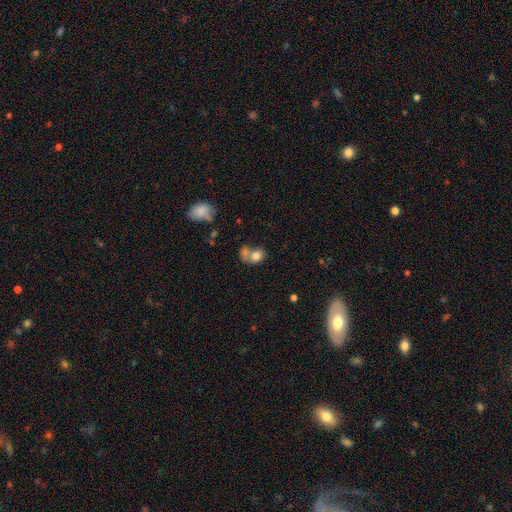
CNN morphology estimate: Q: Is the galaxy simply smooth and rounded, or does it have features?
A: smooth — 77%.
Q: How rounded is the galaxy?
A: in between — 54%.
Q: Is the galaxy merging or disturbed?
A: merger — 51%.